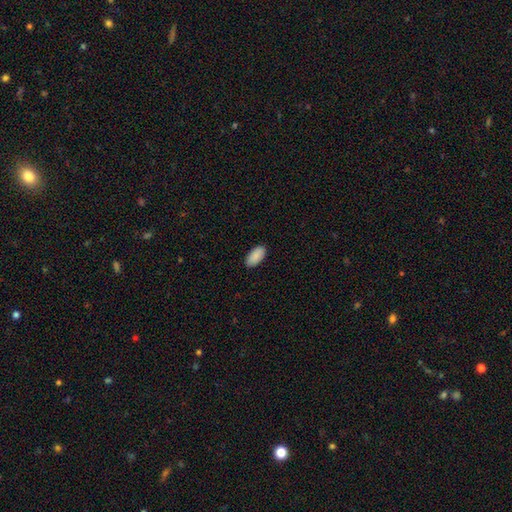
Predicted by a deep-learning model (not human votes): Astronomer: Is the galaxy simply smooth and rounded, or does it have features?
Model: smooth — 90%.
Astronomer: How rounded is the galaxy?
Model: in between — 95%.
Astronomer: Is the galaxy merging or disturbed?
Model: none — 89%.